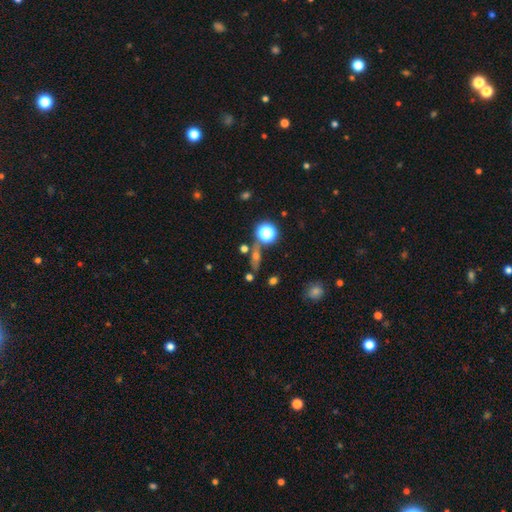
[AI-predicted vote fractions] A star or artifact, not a galaxy (39%).